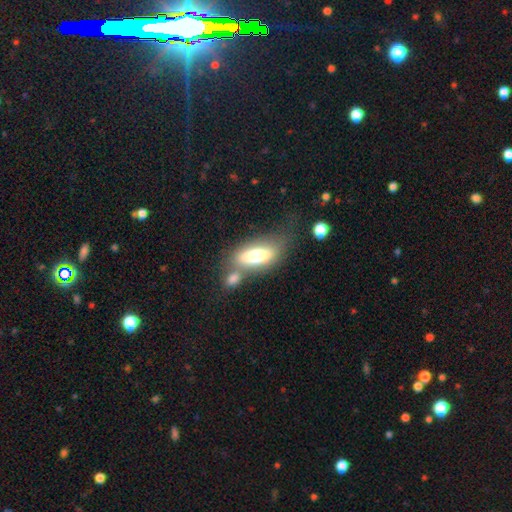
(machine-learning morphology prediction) smooth 68%, featured or disk 25%, star or artifact 7%. Down the decision tree: how rounded — in between (78%); merging — none (43%).